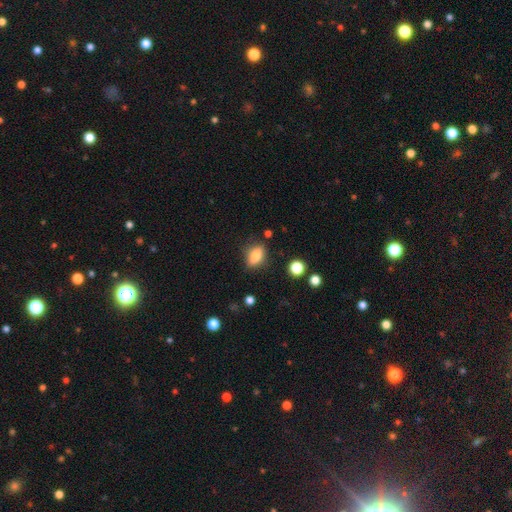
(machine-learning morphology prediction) Smooth or featured: smooth — 75% (featured or disk — 16%)
How rounded: in between — 75% (round — 14%)
Merging: none — 79% (minor disturbance — 15%)